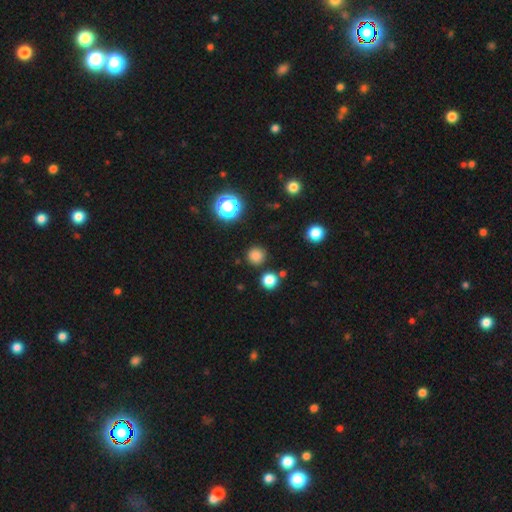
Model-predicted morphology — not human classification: Q: Smooth or featured?
A: smooth (80%); runner-up: star or artifact (16%)
Q: How rounded?
A: round (94%); runner-up: in between (5%)
Q: Merging?
A: none (88%); runner-up: minor disturbance (7%)